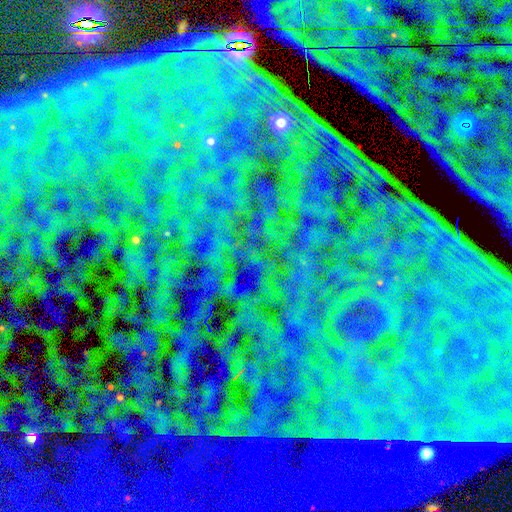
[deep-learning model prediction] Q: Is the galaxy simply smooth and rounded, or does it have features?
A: star or artifact — 85%.